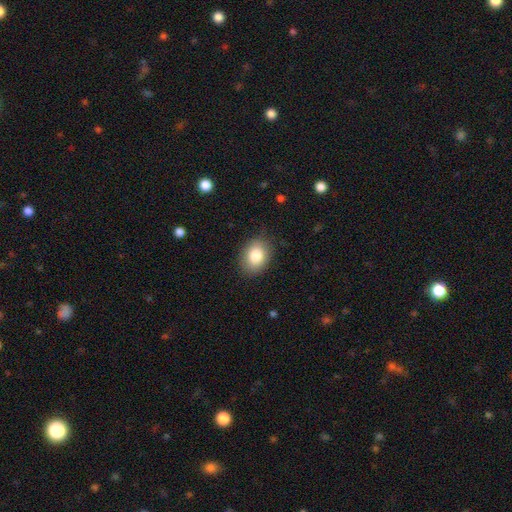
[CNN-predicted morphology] smooth-or-featured: smooth: 83% | featured or disk: 9% | star or artifact: 8%
  how-rounded: in between: 65% | round: 34% | cigar-shaped: 1%
  merging: none: 84% | minor disturbance: 12% | major disturbance: 3% | merger: 1%